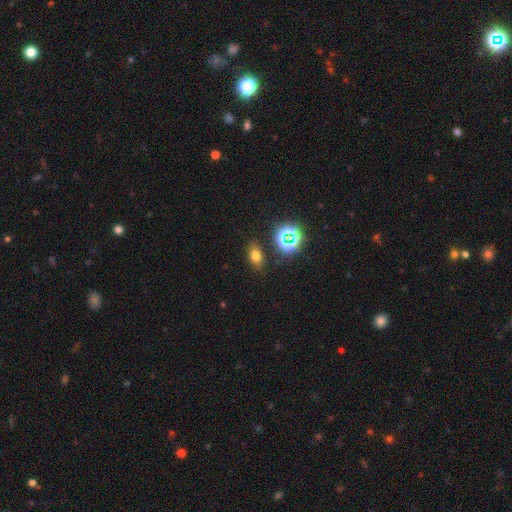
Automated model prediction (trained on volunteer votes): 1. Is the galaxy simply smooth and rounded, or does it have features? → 69% smooth, 22% star or artifact, 10% featured or disk.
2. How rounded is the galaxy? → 76% in between, 21% round, 3% cigar-shaped.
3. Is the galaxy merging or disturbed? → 83% none, 11% minor disturbance, 3% major disturbance, 3% merger.